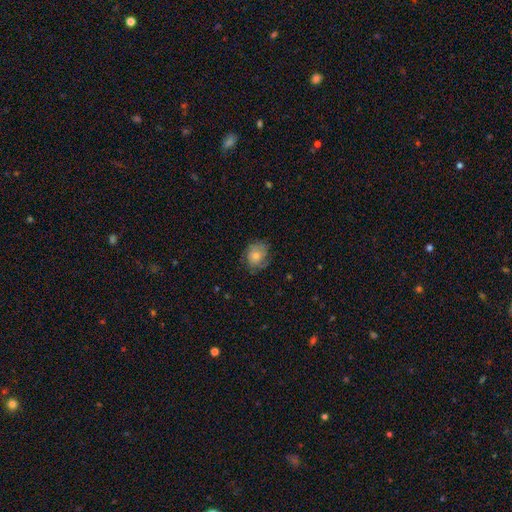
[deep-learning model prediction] Smooth or featured: smooth — 57% (featured or disk — 31%)
How rounded: round — 65% (in between — 34%)
Merging: none — 71% (minor disturbance — 21%)